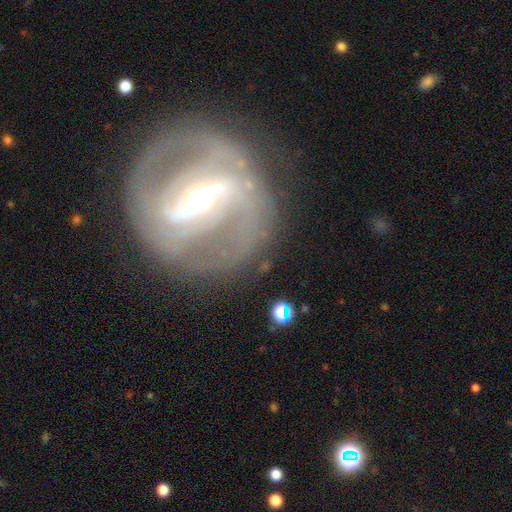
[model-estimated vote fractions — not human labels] Overall: featured or disk (87%). Edge-on disk: no (95%). Bar: strong (67%). Spiral arms: yes (89%). Spiral arm count: 2 (60%). Spiral winding: tight (47%; medium 38%). Bulge size: small (52%; moderate 43%). Merging: none (76%).